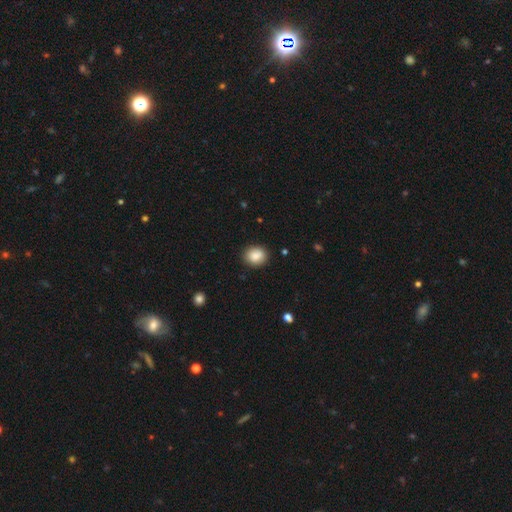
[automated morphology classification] A smooth galaxy with no disk features (87%) that is round (66%). Merging: none (87%).